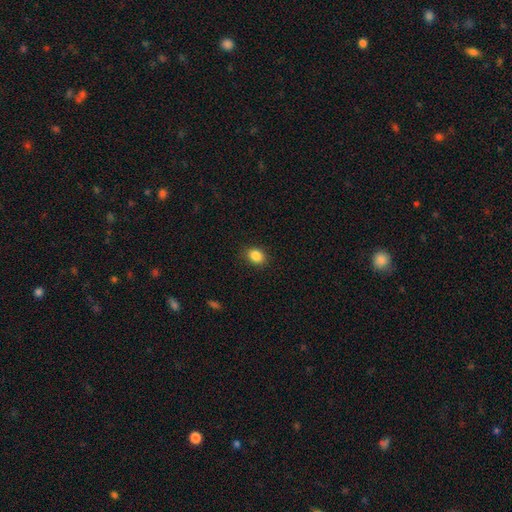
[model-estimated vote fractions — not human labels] Overall: smooth (86%). How rounded: in between (57%; round 42%). Merging: none (87%).